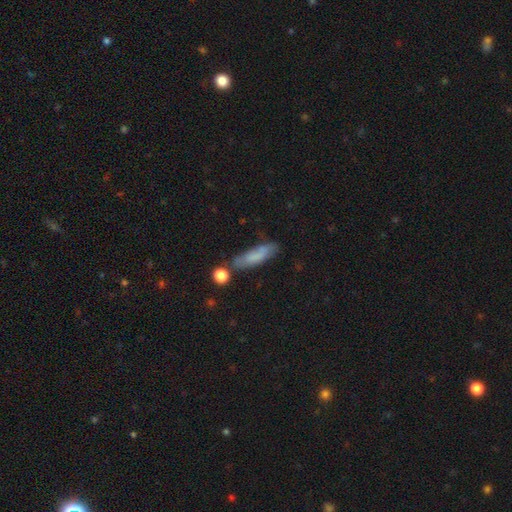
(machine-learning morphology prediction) smooth_or_featured: smooth (p=0.73) [alt: featured or disk p=0.19]
how_rounded: cigar-shaped (p=0.64) [alt: in between p=0.33]
merging: none (p=0.63) [alt: minor disturbance p=0.21]